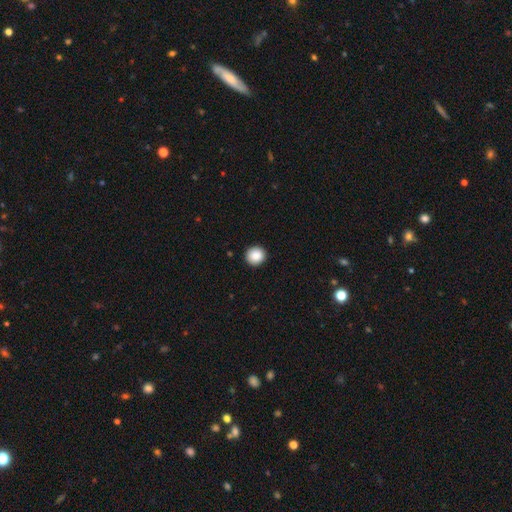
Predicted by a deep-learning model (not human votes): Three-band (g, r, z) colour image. It shows a smooth galaxy with no disk features (89%) that is round (93%). Merging: none (93%).